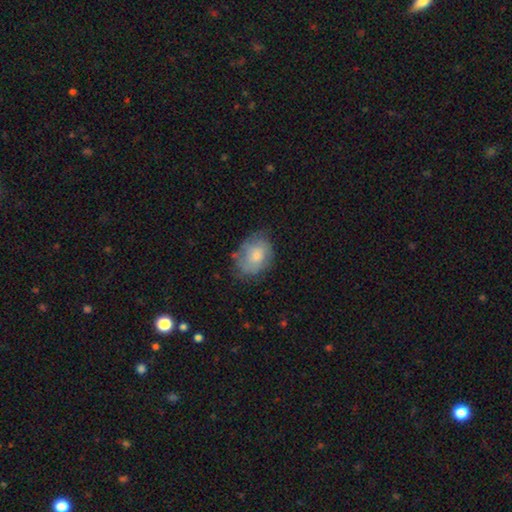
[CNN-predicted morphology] Smooth or featured? Predicted: smooth (p=0.66). How rounded? Predicted: in between (p=0.65). Merging? Predicted: none (p=0.61).